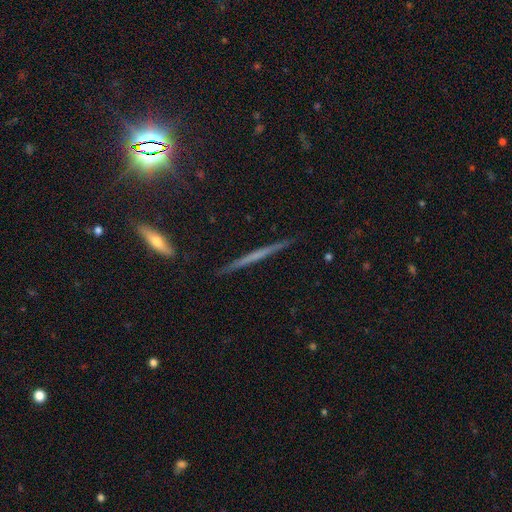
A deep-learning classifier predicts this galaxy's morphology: A featured or disk galaxy (60%) viewed edge-on (97%) with no central bulge (81%).

Vote fractions:
- Smooth or featured? featured or disk: 60% / smooth: 32% / star or artifact: 9%
- Edge-on disk? yes: 97% / no: 3%
- Edge-on bulge? none: 81% / rounded: 13% / boxy: 6%
- Merging? none: 90% / minor disturbance: 7% / major disturbance: 1% / merger: 1%